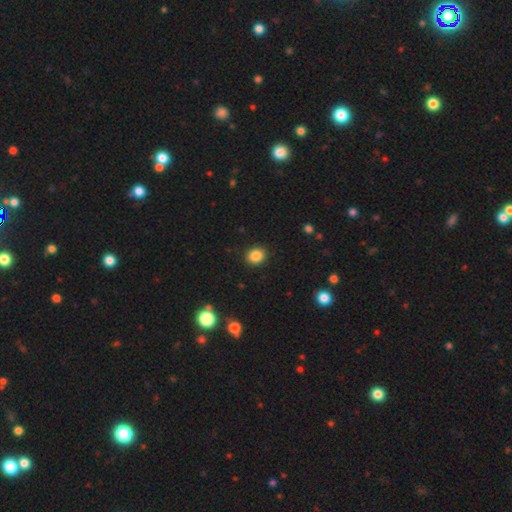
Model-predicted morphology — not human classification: Smooth or featured: smooth — 86% (star or artifact — 10%)
How rounded: round — 69% (in between — 30%)
Merging: none — 91% (minor disturbance — 6%)